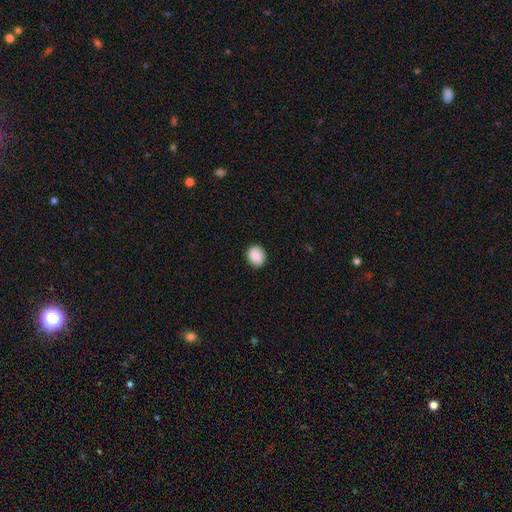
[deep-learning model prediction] smooth 90%, star or artifact 8%, featured or disk 3%. Down the decision tree: how rounded — round (67%); merging — none (89%).